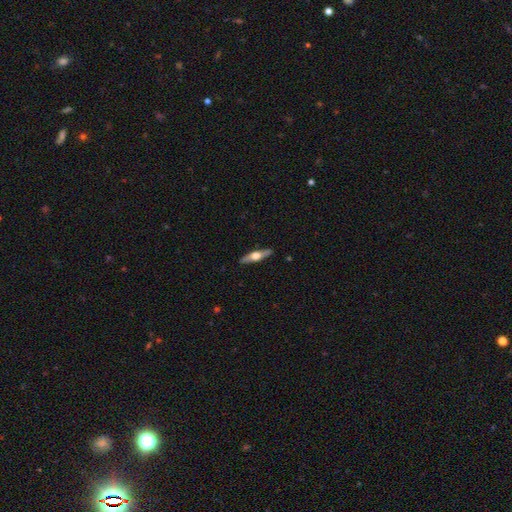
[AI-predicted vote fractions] smooth_or_featured: featured or disk (p=0.62) [alt: smooth p=0.33]
disk_edge_on: yes (p=0.94) [alt: no p=0.06]
edge_on_bulge: rounded (p=0.94) [alt: boxy p=0.04]
merging: none (p=0.90) [alt: minor disturbance p=0.08]